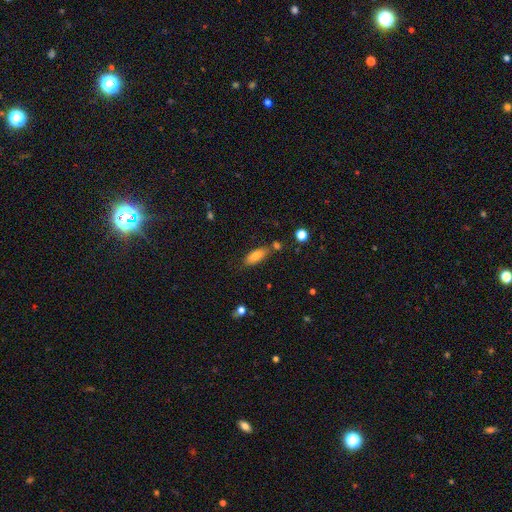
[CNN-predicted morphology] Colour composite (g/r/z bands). It shows a smooth galaxy with no disk features (77%) that is in between round and cigar-shaped (72%). Merging: none (70%).